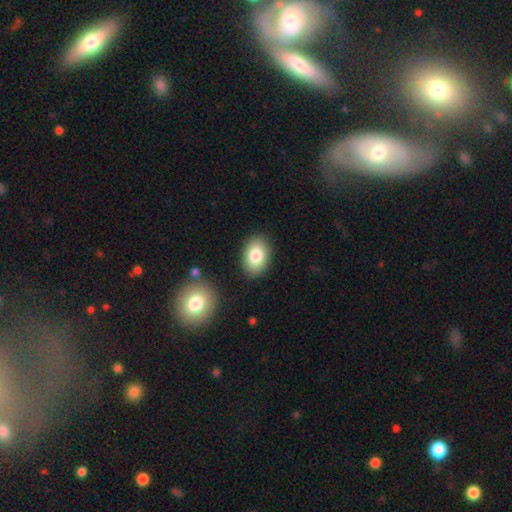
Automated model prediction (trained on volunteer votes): A smooth galaxy with no disk features (83%) that is in between round and cigar-shaped (87%).

Vote fractions:
- Smooth or featured? smooth: 83% / featured or disk: 10% / star or artifact: 8%
- How rounded? in between: 87% / round: 12% / cigar-shaped: 1%
- Merging? none: 87% / minor disturbance: 9% / major disturbance: 2% / merger: 2%